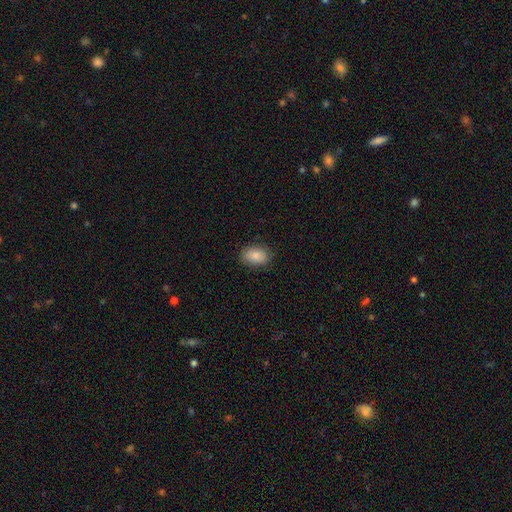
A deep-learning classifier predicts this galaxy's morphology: type=smooth (85%); roundness=in between (85%); merging=none (84%).